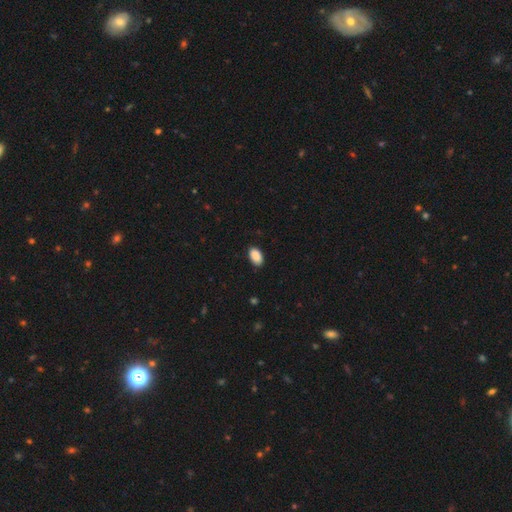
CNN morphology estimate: Q: Smooth or featured?
A: smooth (90%); runner-up: star or artifact (7%)
Q: How rounded?
A: in between (93%); runner-up: round (5%)
Q: Merging?
A: none (86%); runner-up: minor disturbance (11%)